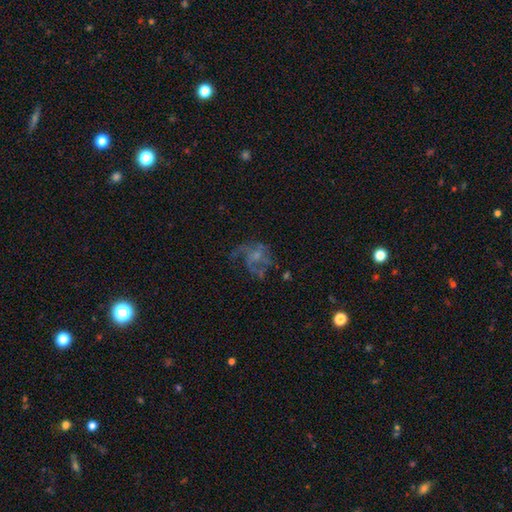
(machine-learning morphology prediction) smooth-or-featured: featured or disk: 64% | smooth: 22% | star or artifact: 14%
  disk-edge-on: no: 98% | yes: 2%
    bar: no: 78% | weak: 19% | strong: 3%
    has-spiral-arms: yes: 58% | no: 42%
    bulge-size: small: 40% | none: 37% | moderate: 19% | large: 3% | dominant: 1%
  merging: none: 43% | major disturbance: 36% | minor disturbance: 18% | merger: 3%